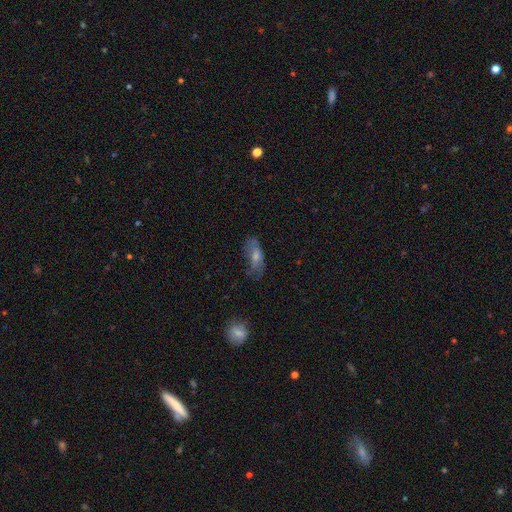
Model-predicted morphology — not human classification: Q: Smooth or featured?
A: featured or disk (44%); runner-up: smooth (43%)
Q: Merging?
A: none (68%); runner-up: minor disturbance (22%)